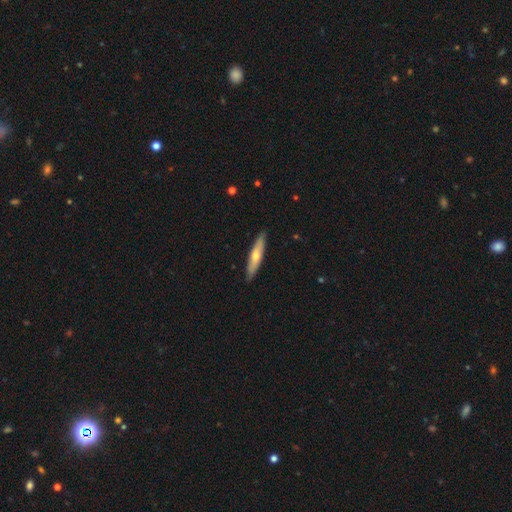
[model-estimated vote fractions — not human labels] smooth_or_featured: smooth (p=0.54) [alt: featured or disk p=0.41]
how_rounded: cigar-shaped (p=0.83) [alt: in between p=0.16]
merging: none (p=0.89) [alt: minor disturbance p=0.09]